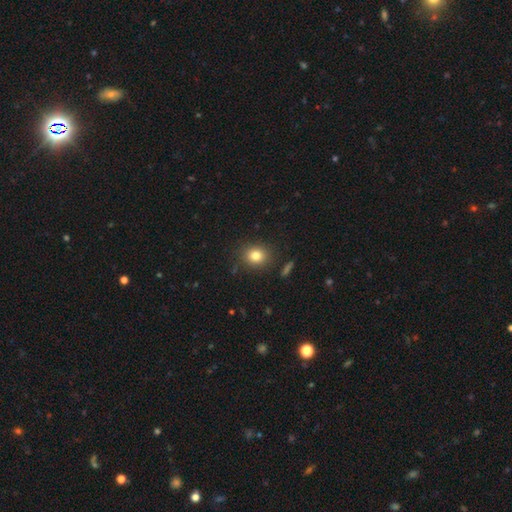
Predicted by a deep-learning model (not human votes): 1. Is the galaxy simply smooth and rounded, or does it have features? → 80% smooth, 12% star or artifact, 8% featured or disk.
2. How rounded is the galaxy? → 74% round, 25% in between, 1% cigar-shaped.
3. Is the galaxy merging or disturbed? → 87% none, 8% minor disturbance, 3% major disturbance, 2% merger.